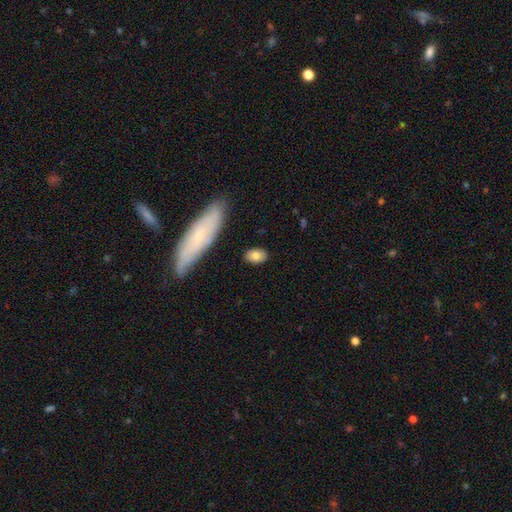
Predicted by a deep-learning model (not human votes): Smooth or featured? smooth (78%)
How rounded? in between (85%)
Merging? none (84%)